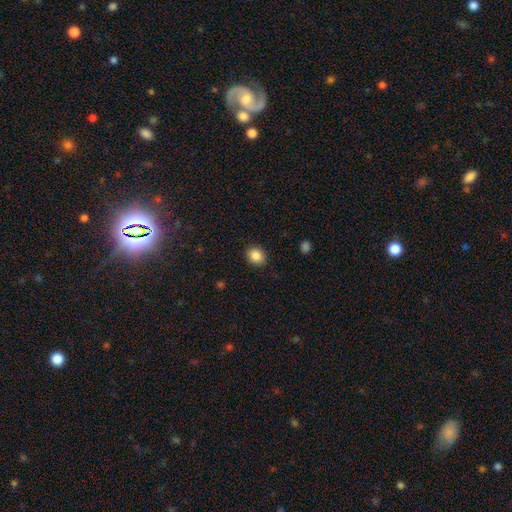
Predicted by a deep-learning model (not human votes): A smooth galaxy with no disk features (86%) that is round (58%).

Vote fractions:
- Smooth or featured? smooth: 86% / star or artifact: 9% / featured or disk: 4%
- How rounded? round: 58% / in between: 41% / cigar-shaped: 1%
- Merging? none: 90% / minor disturbance: 7% / major disturbance: 2% / merger: 1%